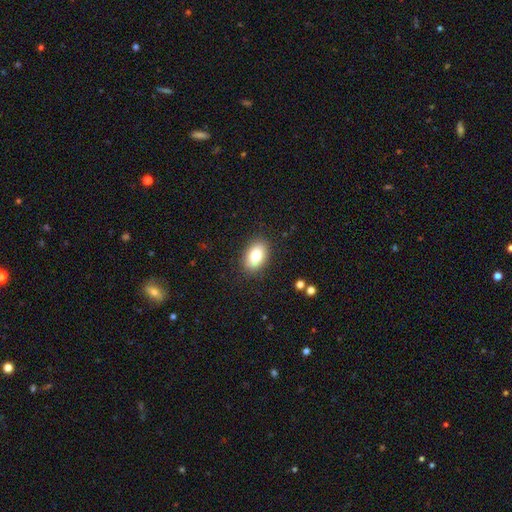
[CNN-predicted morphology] smooth 82%, featured or disk 11%, star or artifact 8%. Down the decision tree: how rounded — in between (87%); merging — none (88%).